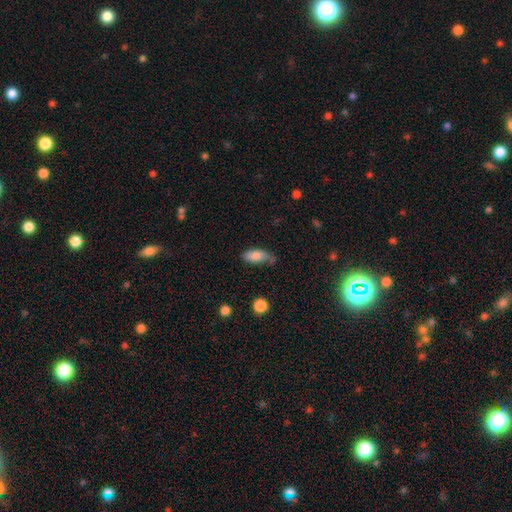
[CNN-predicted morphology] Smooth or featured? smooth (78%)
How rounded? in between (85%)
Merging? none (49%)